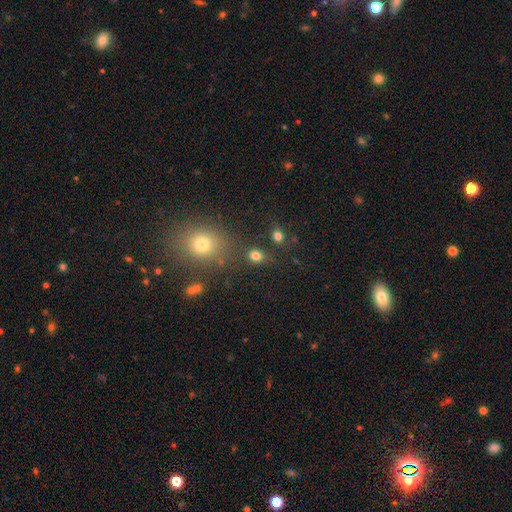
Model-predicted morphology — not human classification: The model was most divided on "how rounded": in between: 51%, round: 48%, cigar-shaped: 2%. More confident: smooth or featured — smooth (79%); merging — none (74%).